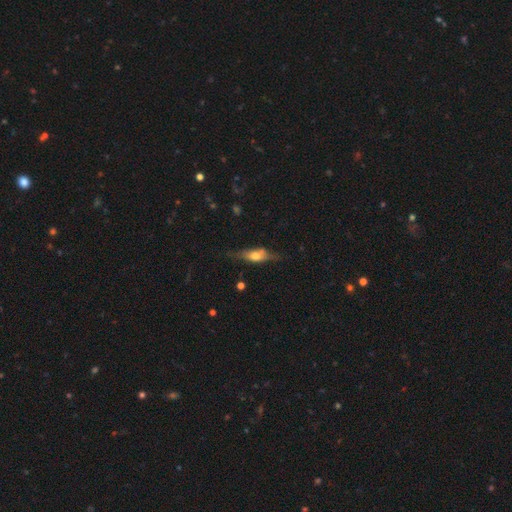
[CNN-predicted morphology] This appears to be a featured or disk galaxy (48%). Merging: none (67%).